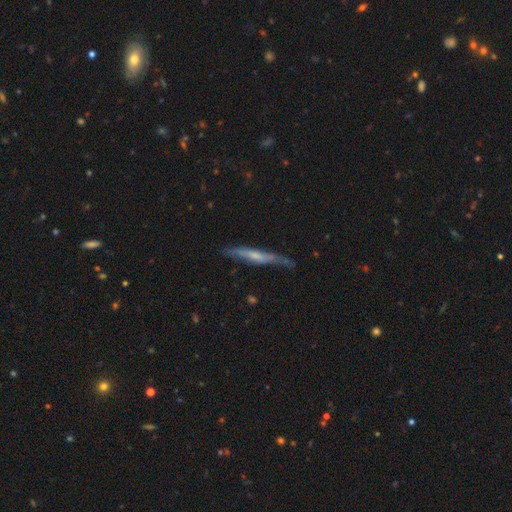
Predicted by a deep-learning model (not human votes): The model was most divided on "smooth or featured": featured or disk: 58%, smooth: 36%, star or artifact: 6%. More confident: edge-on disk — yes (86%); merging — none (69%).